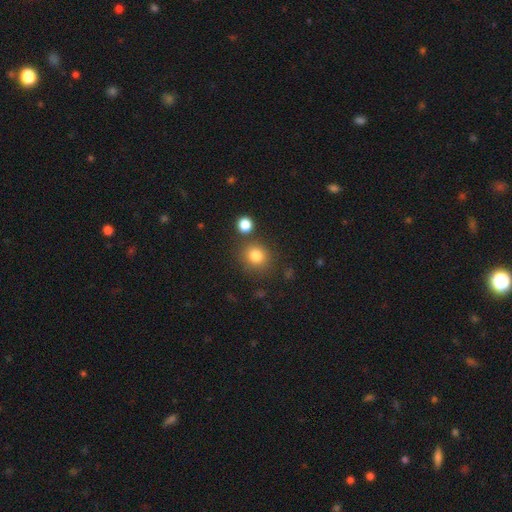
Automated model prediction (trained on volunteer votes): A smooth galaxy with no disk features (81%) that is round (86%). Merging: none (79%).